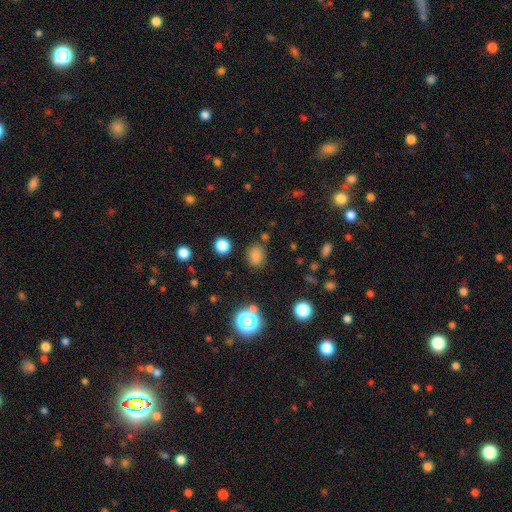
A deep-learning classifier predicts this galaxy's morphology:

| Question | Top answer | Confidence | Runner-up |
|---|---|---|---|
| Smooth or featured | smooth | 77% | star or artifact (17%) |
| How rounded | round | 57% | in between (42%) |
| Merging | none | 80% | minor disturbance (12%) |